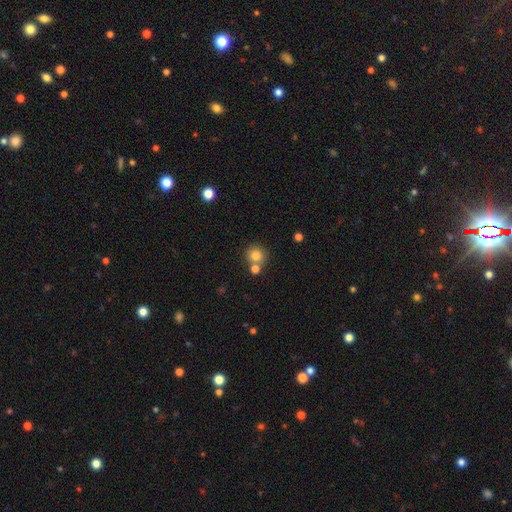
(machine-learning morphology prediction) smooth_or_featured: smooth (p=0.80) [alt: star or artifact p=0.12]
how_rounded: round (p=0.89) [alt: in between p=0.10]
merging: none (p=0.66) [alt: merger p=0.23]